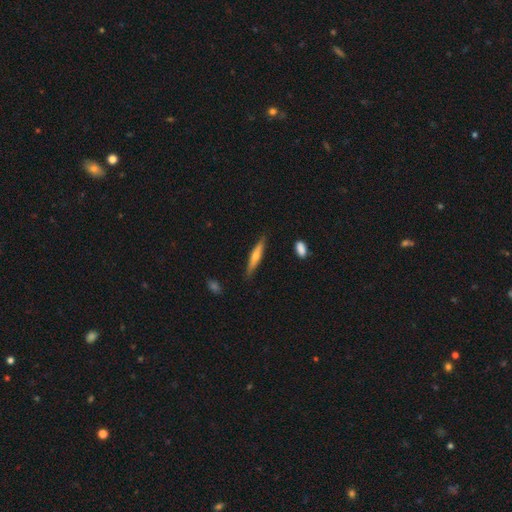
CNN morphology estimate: smooth-or-featured: smooth: 48% | featured or disk: 46% | star or artifact: 6%
  merging: none: 85% | minor disturbance: 11% | major disturbance: 2% | merger: 2%